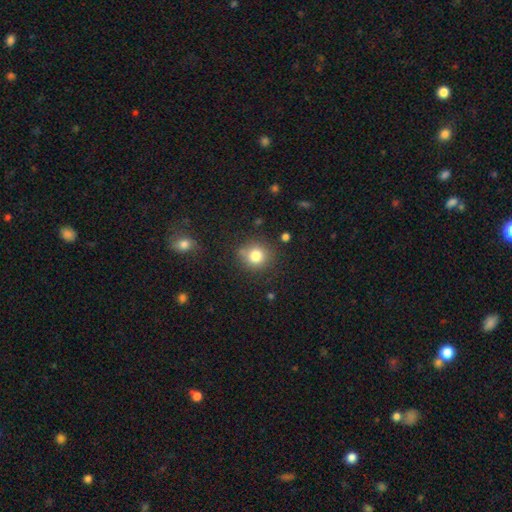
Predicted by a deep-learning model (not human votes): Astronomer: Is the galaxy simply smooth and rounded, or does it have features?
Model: smooth — 81%.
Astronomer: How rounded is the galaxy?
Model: round — 89%.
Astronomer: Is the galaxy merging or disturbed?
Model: none — 80%.